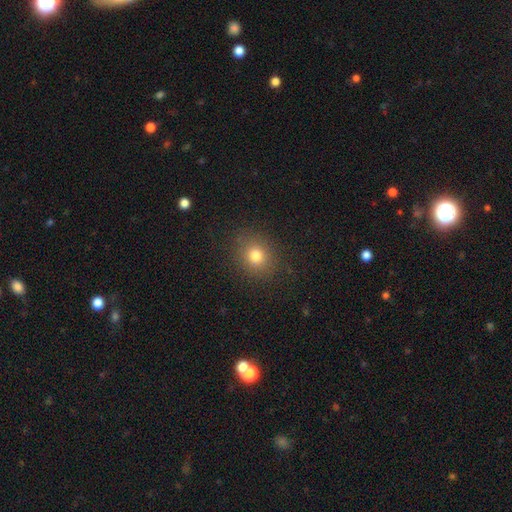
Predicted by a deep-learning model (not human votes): Smooth or featured?
  - smooth: 78% *
  - star or artifact: 14%
  - featured or disk: 8%
How rounded?
  - round: 70% *
  - in between: 29%
  - cigar-shaped: 1%
Merging?
  - none: 86% *
  - minor disturbance: 9%
  - major disturbance: 3%
  - merger: 1%